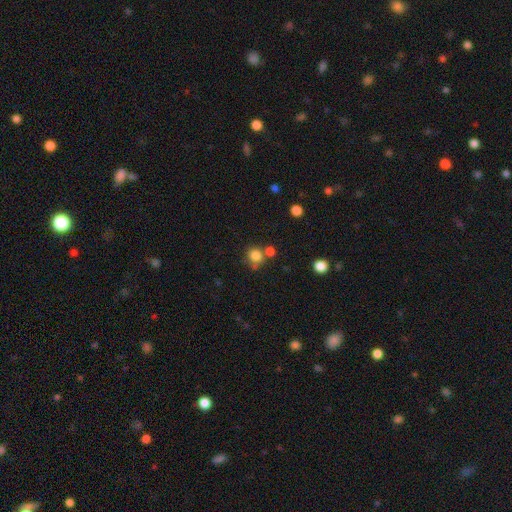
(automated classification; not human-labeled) A smooth galaxy with no disk features (82%) that is round (85%).

Vote fractions:
- Smooth or featured? smooth: 82% / star or artifact: 12% / featured or disk: 6%
- How rounded? round: 85% / in between: 14% / cigar-shaped: 1%
- Merging? none: 62% / merger: 23% / minor disturbance: 11% / major disturbance: 4%